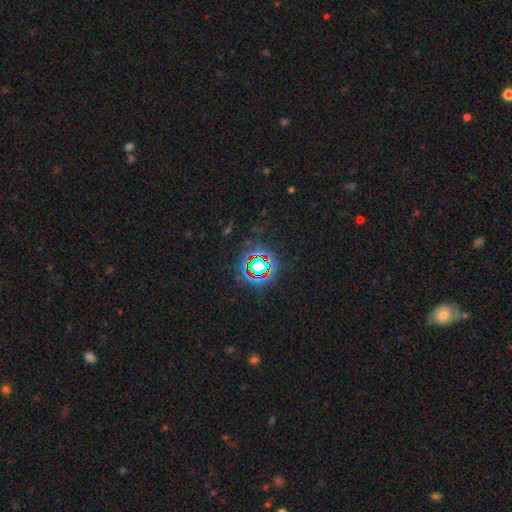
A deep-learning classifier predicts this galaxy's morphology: Q: Smooth or featured?
A: star or artifact (79%); runner-up: smooth (12%)